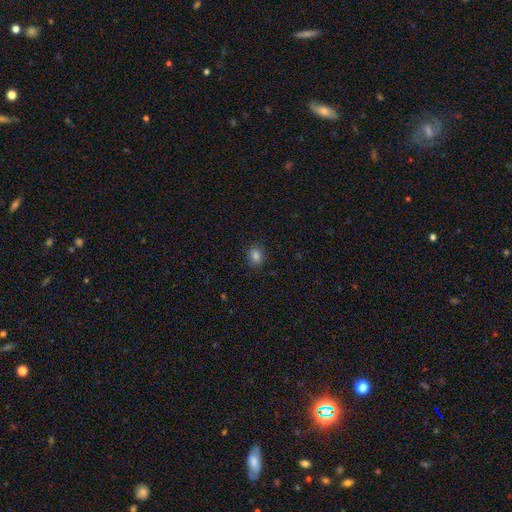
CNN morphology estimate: A smooth galaxy with no disk features (83%) that is in between round and cigar-shaped (54%). Merging: none (88%).